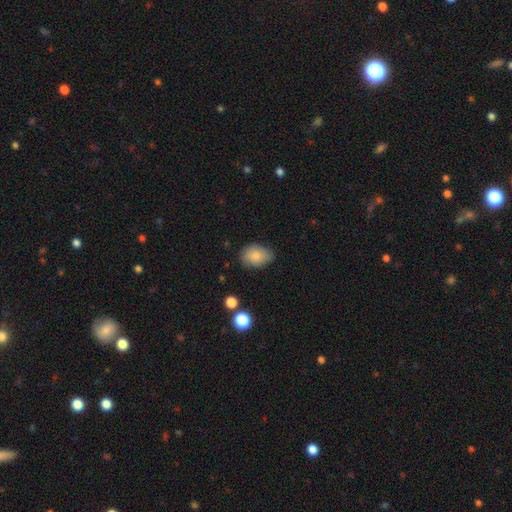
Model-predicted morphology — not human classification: type=smooth (83%); roundness=in between (78%); merging=none (69%).